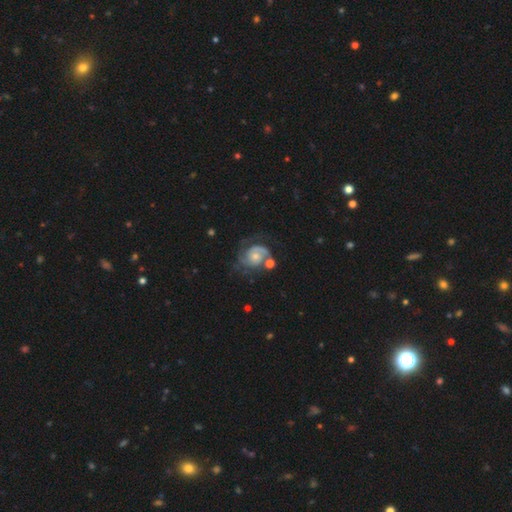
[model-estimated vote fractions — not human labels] Smooth or featured? featured or disk (84%)
Edge-on disk? no (98%)
Bar? no (73%)
Spiral arms? yes (95%)
Spiral winding? tight (49%)
Spiral arm count? 2 (59%)
Bulge size? small (52%)
Merging? none (55%)